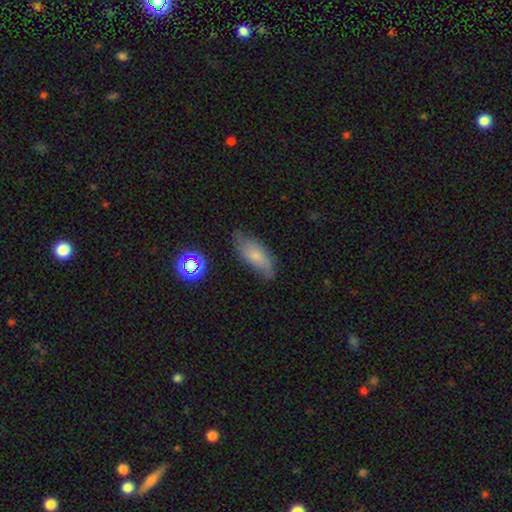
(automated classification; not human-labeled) A smooth galaxy with no disk features (69%) that is in between round and cigar-shaped (79%).

Vote fractions:
- Smooth or featured? smooth: 69% / featured or disk: 21% / star or artifact: 10%
- How rounded? in between: 79% / cigar-shaped: 18% / round: 3%
- Merging? none: 68% / minor disturbance: 24% / major disturbance: 5% / merger: 2%